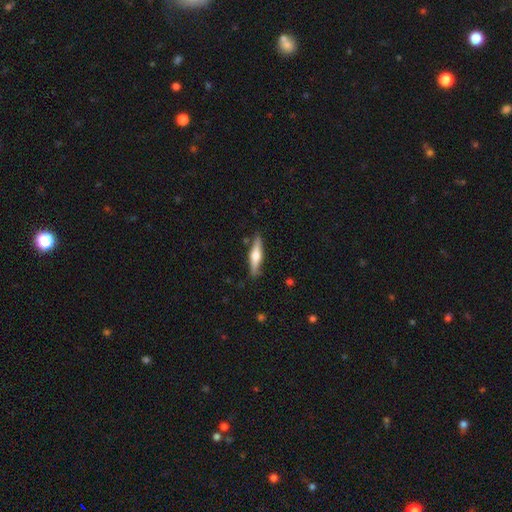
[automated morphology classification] smooth_or_featured: featured or disk (p=0.57) [alt: smooth p=0.38]
disk_edge_on: yes (p=0.95) [alt: no p=0.05]
edge_on_bulge: rounded (p=0.91) [alt: boxy p=0.06]
merging: none (p=0.85) [alt: minor disturbance p=0.10]